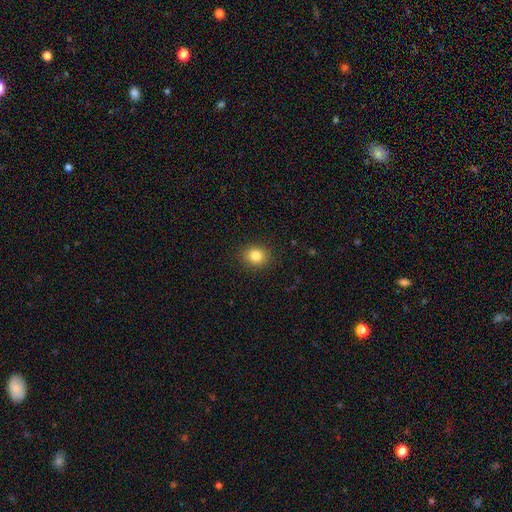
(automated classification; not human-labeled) Overall: smooth (83%). How rounded: round (73%). Merging: none (90%).